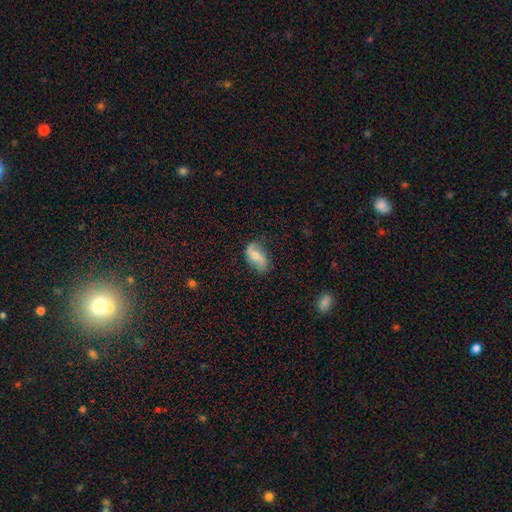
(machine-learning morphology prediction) Smooth or featured? Predicted: featured or disk (p=0.51). Edge-on disk? Predicted: no (p=0.94). Merging? Predicted: none (p=0.66).